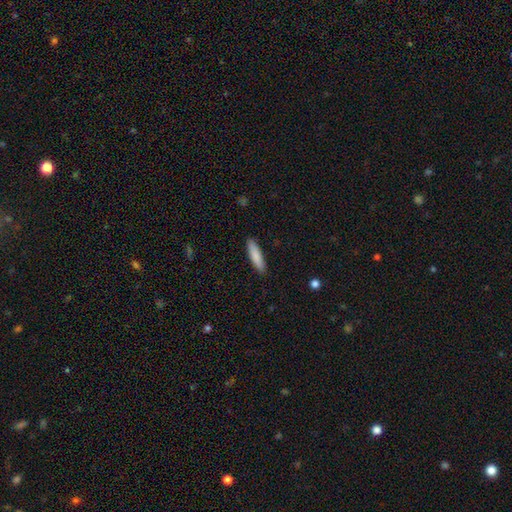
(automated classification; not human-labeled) Smooth or featured?
  - smooth: 84% *
  - featured or disk: 11%
  - star or artifact: 6%
How rounded?
  - cigar-shaped: 79% *
  - in between: 20%
  - round: 1%
Merging?
  - none: 90% *
  - minor disturbance: 7%
  - major disturbance: 2%
  - merger: 1%